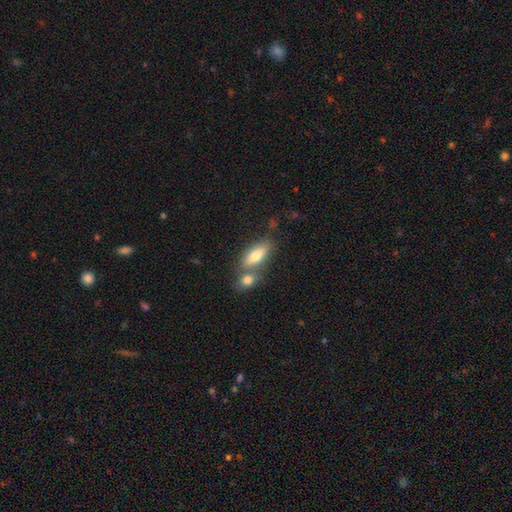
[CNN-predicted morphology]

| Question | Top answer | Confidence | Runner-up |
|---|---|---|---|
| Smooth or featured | smooth | 70% | featured or disk (23%) |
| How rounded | in between | 69% | cigar-shaped (27%) |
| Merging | none | 49% | merger (38%) |